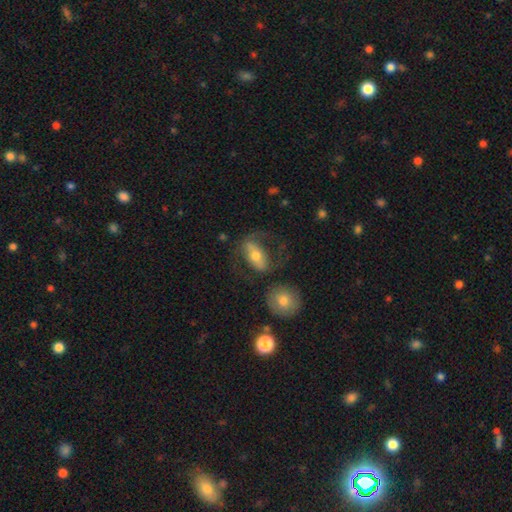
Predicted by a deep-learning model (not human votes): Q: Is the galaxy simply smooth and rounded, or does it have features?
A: featured or disk — 54%.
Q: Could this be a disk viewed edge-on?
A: no — 82%.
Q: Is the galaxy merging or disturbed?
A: none — 54%.